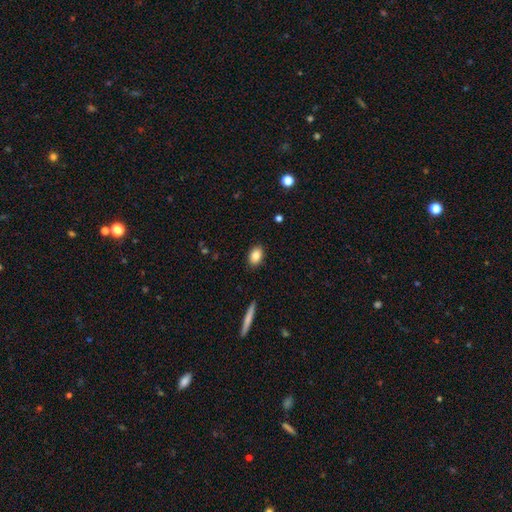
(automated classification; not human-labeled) Smooth or featured: smooth — 84% (featured or disk — 8%)
How rounded: in between — 83% (round — 15%)
Merging: none — 89% (minor disturbance — 8%)